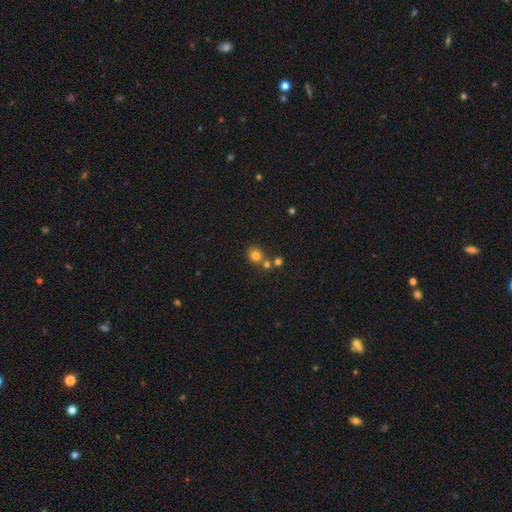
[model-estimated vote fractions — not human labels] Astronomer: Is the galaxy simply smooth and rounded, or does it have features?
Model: smooth — 79%.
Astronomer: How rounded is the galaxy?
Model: round — 76%.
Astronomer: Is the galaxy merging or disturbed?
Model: none — 61%.